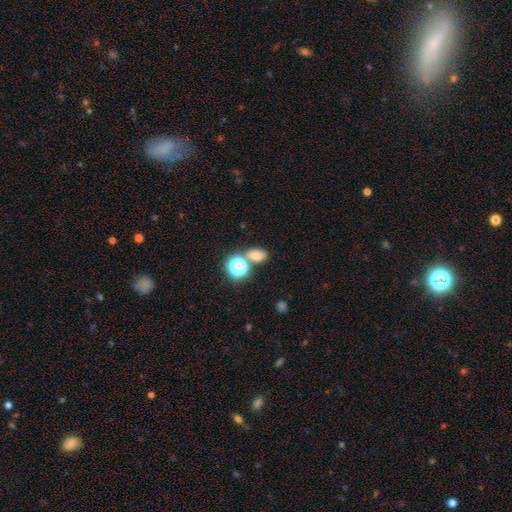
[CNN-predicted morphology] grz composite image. It shows a smooth galaxy with no disk features (71%) that is in between round and cigar-shaped (68%). Merging: none (62%).